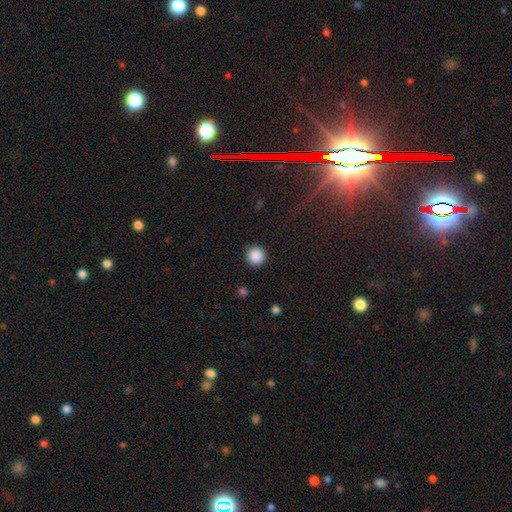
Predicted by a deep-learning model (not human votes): Q: Smooth or featured?
A: smooth (88%); runner-up: star or artifact (9%)
Q: How rounded?
A: round (96%); runner-up: in between (3%)
Q: Merging?
A: none (92%); runner-up: minor disturbance (5%)